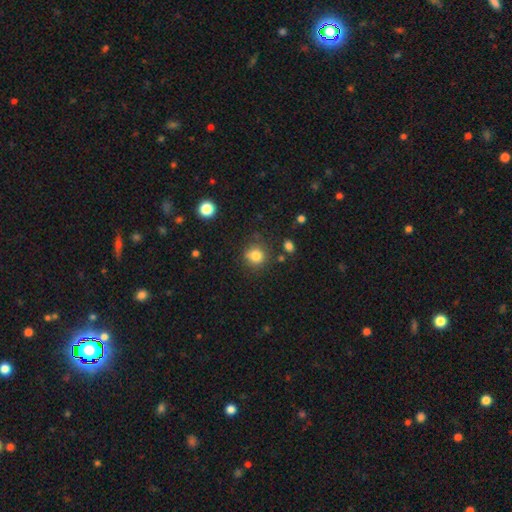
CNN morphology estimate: A smooth galaxy with no disk features (81%) that is round (85%).

Vote fractions:
- Smooth or featured? smooth: 81% / star or artifact: 12% / featured or disk: 7%
- How rounded? round: 85% / in between: 14% / cigar-shaped: 1%
- Merging? none: 76% / minor disturbance: 15% / merger: 5% / major disturbance: 4%